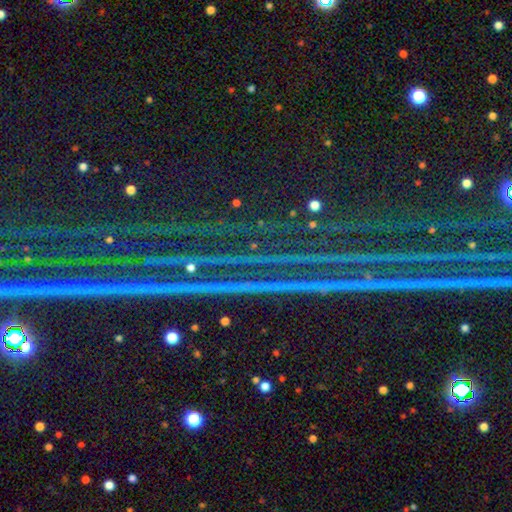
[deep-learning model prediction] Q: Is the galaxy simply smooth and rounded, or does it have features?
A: star or artifact — 89%.